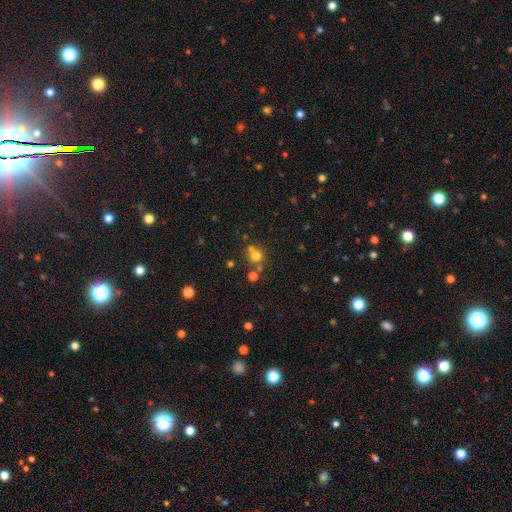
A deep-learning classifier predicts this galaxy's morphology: Smooth or featured: smooth — 69% (star or artifact — 19%)
How rounded: round — 86% (in between — 13%)
Merging: none — 55% (merger — 32%)